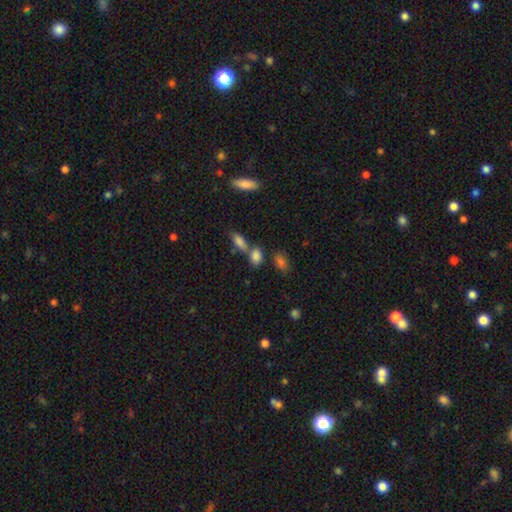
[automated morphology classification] Smooth or featured?
  - smooth: 82% *
  - star or artifact: 11%
  - featured or disk: 8%
How rounded?
  - in between: 80% *
  - round: 12%
  - cigar-shaped: 8%
Merging?
  - none: 47% *
  - merger: 38%
  - minor disturbance: 11%
  - major disturbance: 5%